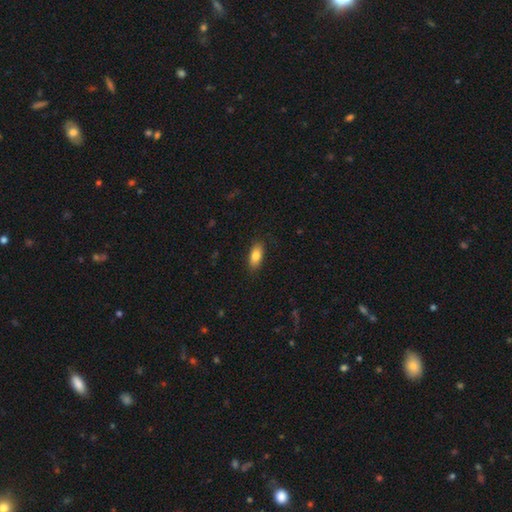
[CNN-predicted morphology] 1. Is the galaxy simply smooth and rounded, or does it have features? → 81% smooth, 12% featured or disk, 7% star or artifact.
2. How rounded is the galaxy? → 84% in between, 13% cigar-shaped, 3% round.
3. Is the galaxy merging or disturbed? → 87% none, 10% minor disturbance, 2% major disturbance, 1% merger.